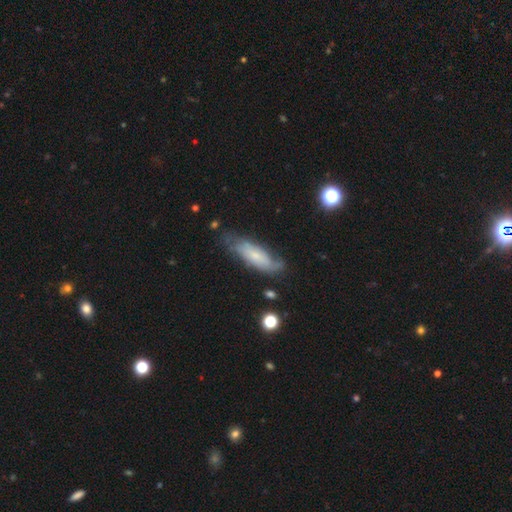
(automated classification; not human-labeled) This appears to be a smooth galaxy with no disk features (50%). Merging: none (59%).